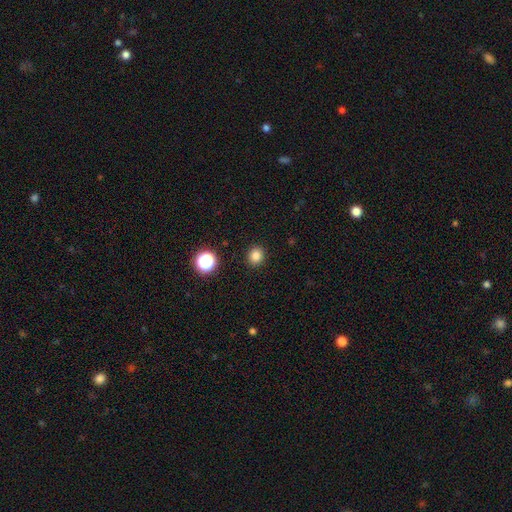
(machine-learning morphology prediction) Q: Smooth or featured?
A: smooth (83%); runner-up: star or artifact (13%)
Q: How rounded?
A: round (86%); runner-up: in between (13%)
Q: Merging?
A: none (91%); runner-up: minor disturbance (6%)